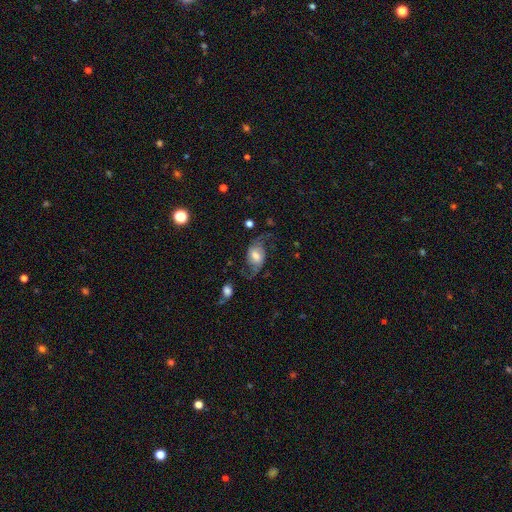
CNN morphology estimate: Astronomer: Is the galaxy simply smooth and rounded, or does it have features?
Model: featured or disk — 70%.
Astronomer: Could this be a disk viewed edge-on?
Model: no — 96%.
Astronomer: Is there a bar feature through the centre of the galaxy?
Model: weak — 47% (runner-up: no, 39%).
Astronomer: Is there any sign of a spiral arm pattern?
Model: yes — 92%.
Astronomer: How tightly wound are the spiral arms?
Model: loose — 73%.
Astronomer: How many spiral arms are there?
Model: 2 — 90%.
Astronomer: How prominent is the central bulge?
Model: moderate — 53%.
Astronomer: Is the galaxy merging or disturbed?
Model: none — 57%.